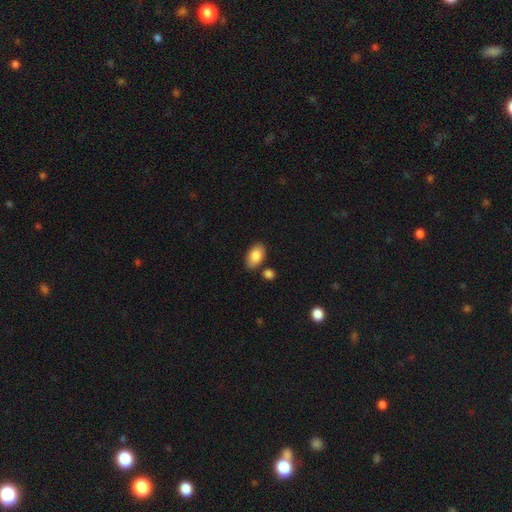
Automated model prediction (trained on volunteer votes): Overall: smooth (85%). How rounded: in between (93%). Merging: none (79%).